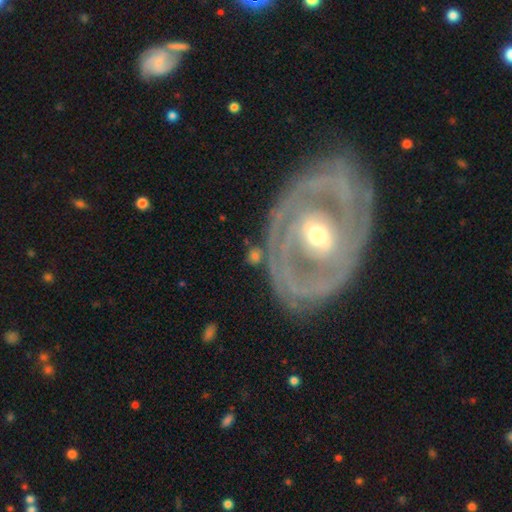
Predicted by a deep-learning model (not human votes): smooth-or-featured: featured or disk: 68% | smooth: 25% | star or artifact: 7%
  disk-edge-on: no: 92% | yes: 8%
    bar: no: 44% | weak: 29% | strong: 27%
    has-spiral-arms: yes: 56% | no: 44%
    bulge-size: moderate: 69% | small: 21% | large: 7% | dominant: 2% | none: 2%
  merging: none: 68% | minor disturbance: 16% | major disturbance: 10% | merger: 6%